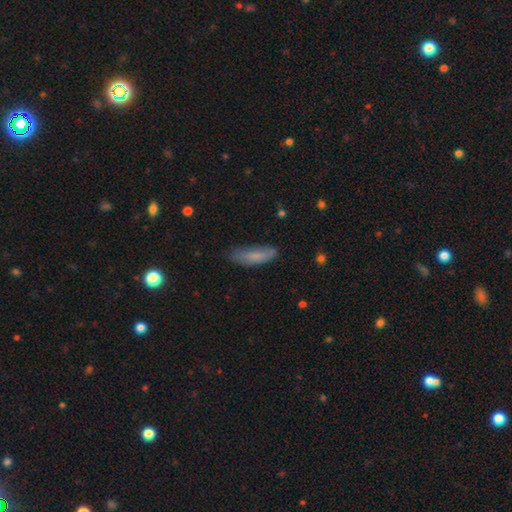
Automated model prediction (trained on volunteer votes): Smooth or featured: smooth — 78% (featured or disk — 15%)
How rounded: cigar-shaped — 56% (in between — 42%)
Merging: none — 67% (minor disturbance — 25%)